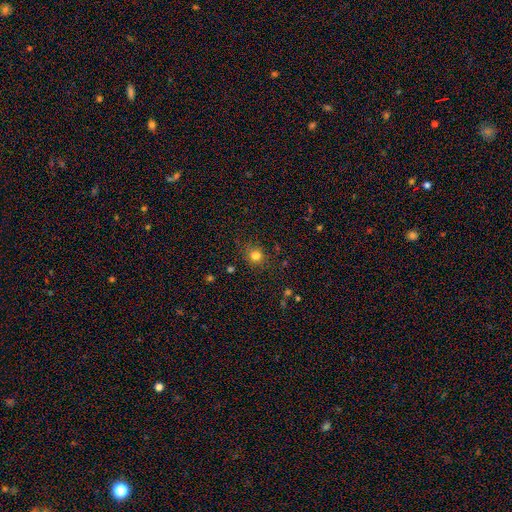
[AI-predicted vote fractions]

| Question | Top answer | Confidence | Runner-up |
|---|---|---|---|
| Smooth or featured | smooth | 80% | star or artifact (15%) |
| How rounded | round | 85% | in between (14%) |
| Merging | none | 84% | minor disturbance (11%) |